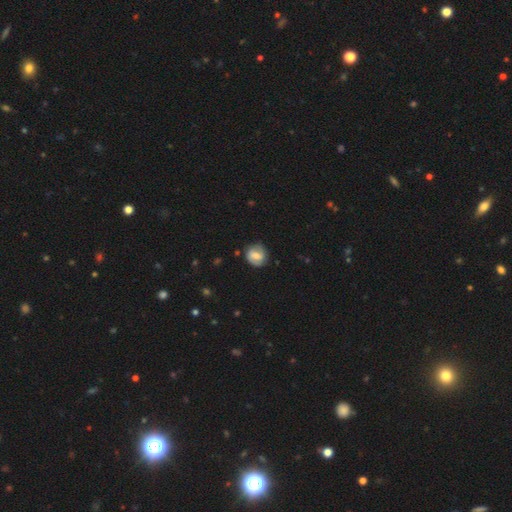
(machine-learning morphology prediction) A smooth galaxy with no disk features (47%). Merging: none (76%).